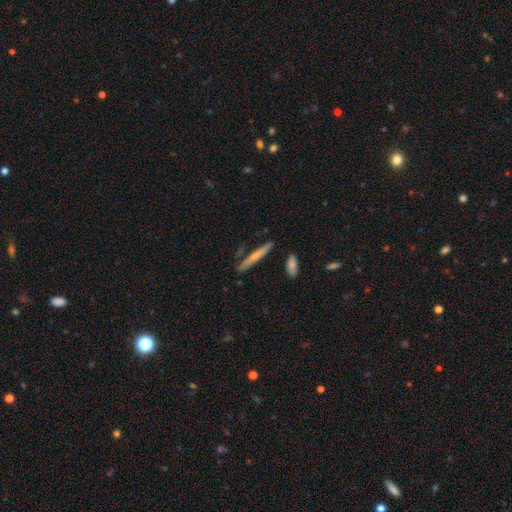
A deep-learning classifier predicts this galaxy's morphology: Q: Smooth or featured?
A: smooth (55%); runner-up: featured or disk (39%)
Q: How rounded?
A: cigar-shaped (94%); runner-up: in between (4%)
Q: Merging?
A: none (83%); runner-up: minor disturbance (11%)